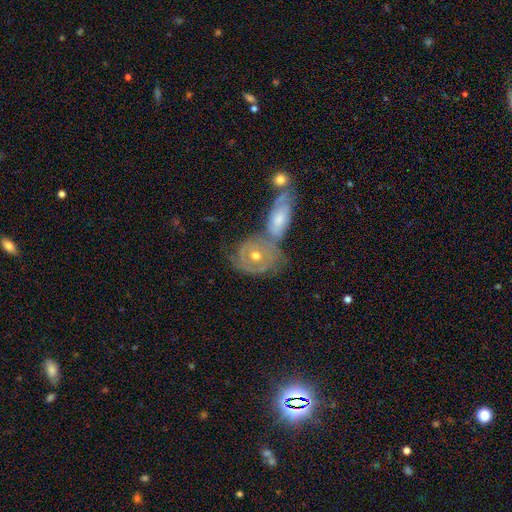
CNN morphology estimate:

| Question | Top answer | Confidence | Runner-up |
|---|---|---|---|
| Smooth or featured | featured or disk | 71% | smooth (23%) |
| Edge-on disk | no | 94% | yes (6%) |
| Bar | no | 79% | weak (17%) |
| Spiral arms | yes | 78% | no (22%) |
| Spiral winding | tight | 69% | medium (24%) |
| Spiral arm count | can't tell | 43% | 2 (31%) |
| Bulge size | moderate | 71% | small (22%) |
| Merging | merger | 46% | none (33%) |